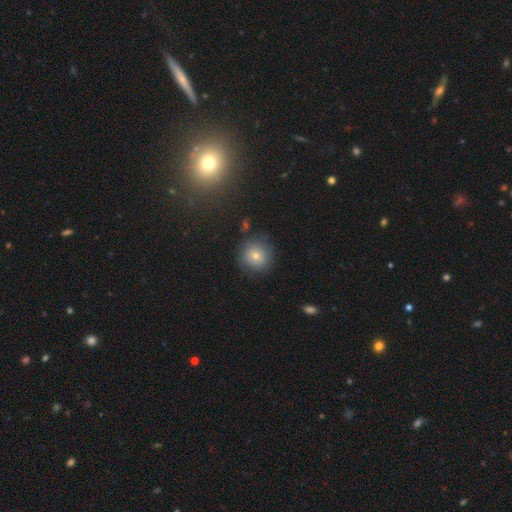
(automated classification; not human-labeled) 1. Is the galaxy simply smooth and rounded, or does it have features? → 68% smooth, 19% featured or disk, 14% star or artifact.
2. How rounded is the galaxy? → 93% round, 6% in between, 1% cigar-shaped.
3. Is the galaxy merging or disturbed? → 81% none, 12% minor disturbance, 5% major disturbance, 2% merger.